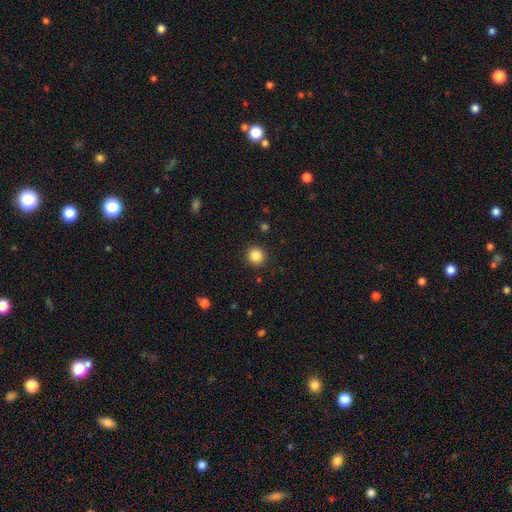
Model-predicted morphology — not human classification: This appears to be a smooth galaxy with no disk features (86%) that is round (94%). Merging: none (92%).